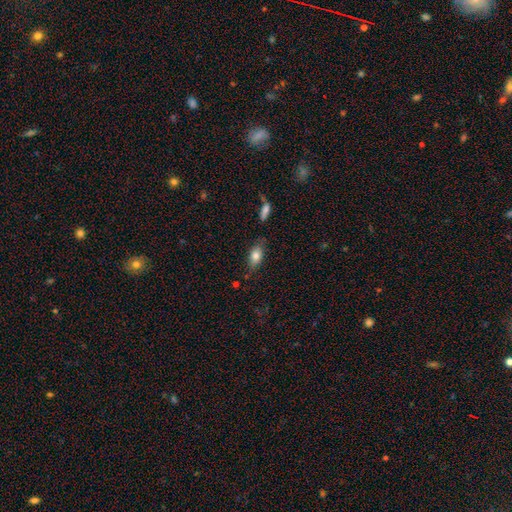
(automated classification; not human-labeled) This is likely a smooth galaxy (77%). How rounded: clearly in between (85%). Merging: likely none (70%).